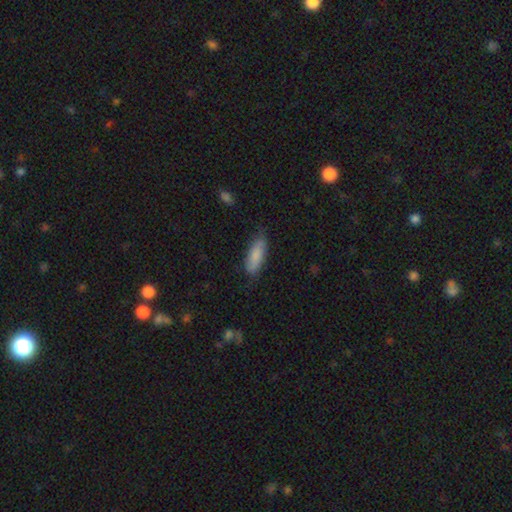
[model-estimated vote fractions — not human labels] A smooth galaxy with no disk features (84%) that is in between round and cigar-shaped (63%). Merging: none (75%).